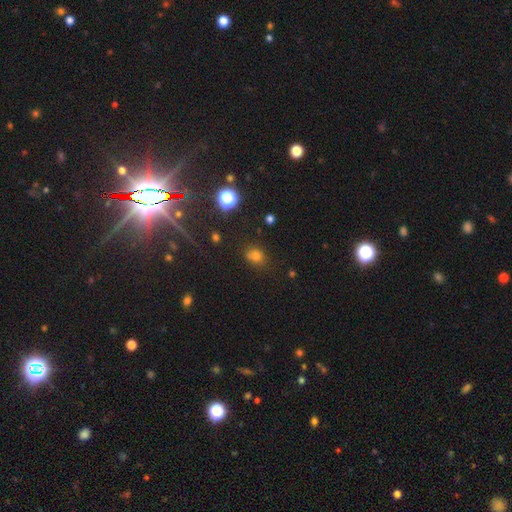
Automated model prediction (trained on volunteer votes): Smooth or featured: smooth — 71% (star or artifact — 21%)
How rounded: round — 63% (in between — 36%)
Merging: none — 76% (minor disturbance — 15%)